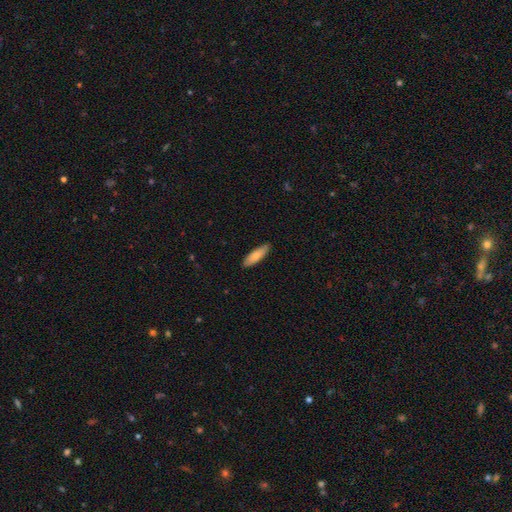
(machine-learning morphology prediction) Smooth or featured: smooth — 82% (featured or disk — 13%)
How rounded: cigar-shaped — 54% (in between — 44%)
Merging: none — 86% (minor disturbance — 11%)